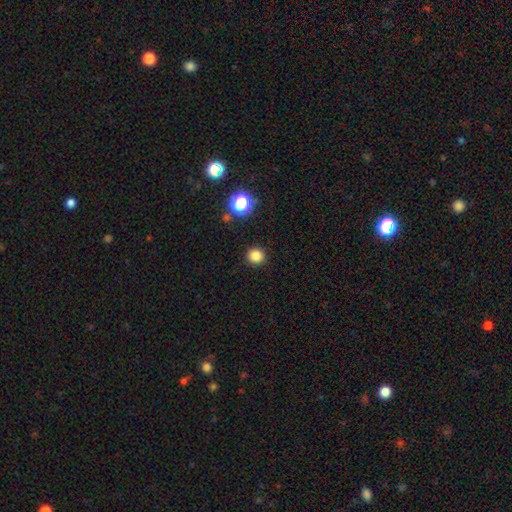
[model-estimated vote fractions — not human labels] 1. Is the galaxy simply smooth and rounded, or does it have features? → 82% smooth, 14% star or artifact, 4% featured or disk.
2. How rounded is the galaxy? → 94% round, 5% in between, 1% cigar-shaped.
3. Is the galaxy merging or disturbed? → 92% none, 5% minor disturbance, 2% major disturbance, 1% merger.